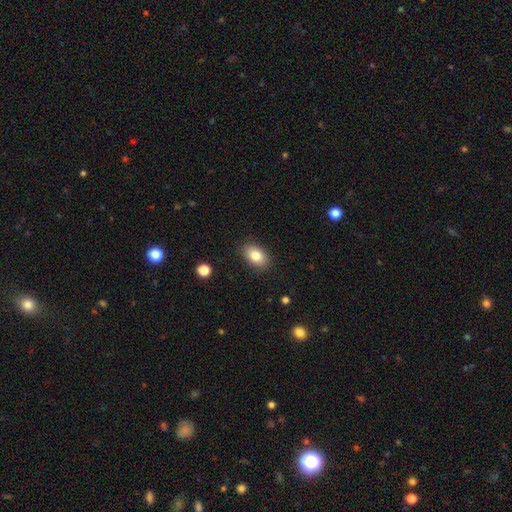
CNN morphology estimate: A smooth galaxy with no disk features (82%) that is in between round and cigar-shaped (84%).

Vote fractions:
- Smooth or featured? smooth: 82% / featured or disk: 10% / star or artifact: 8%
- How rounded? in between: 84% / round: 14% / cigar-shaped: 1%
- Merging? none: 86% / minor disturbance: 10% / major disturbance: 2% / merger: 1%